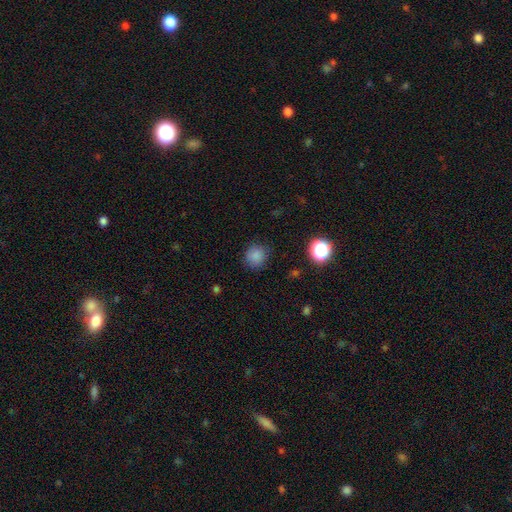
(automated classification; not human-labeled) The model was most divided on "smooth or featured": smooth: 83%, star or artifact: 13%, featured or disk: 4%. More confident: how rounded — round (89%); merging — none (85%).